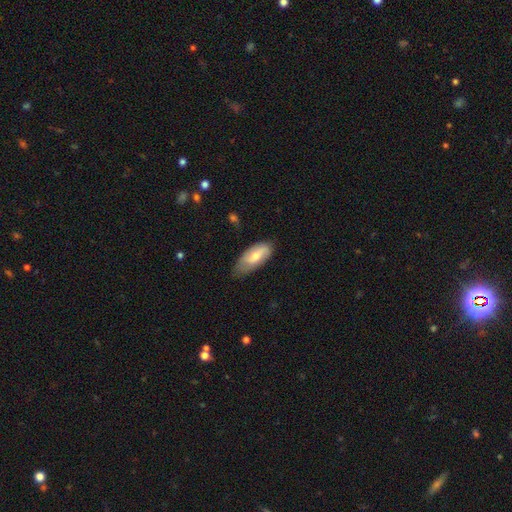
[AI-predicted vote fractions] The model was most divided on "smooth or featured": smooth: 56%, featured or disk: 38%, star or artifact: 6%. More confident: how rounded — in between (86%); merging — none (60%).